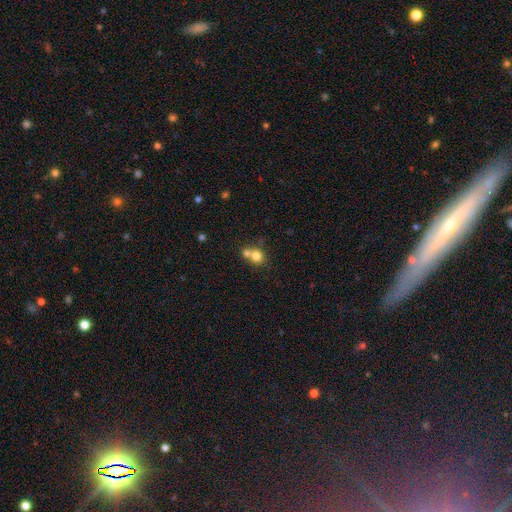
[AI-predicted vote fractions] A smooth galaxy with no disk features (77%) that is round (84%). Merging: merger (47%).